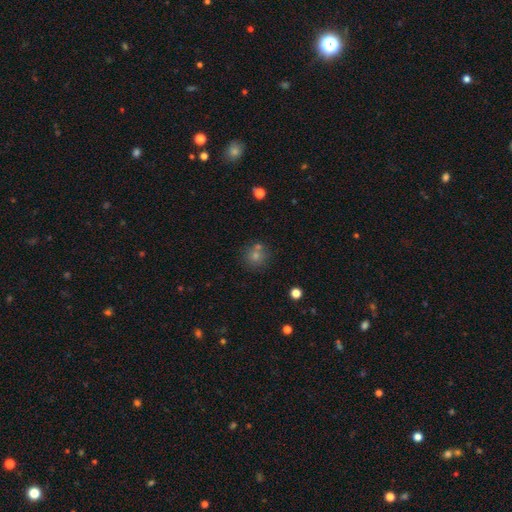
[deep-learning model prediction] Smooth or featured? Predicted: smooth (p=0.66). How rounded? Predicted: round (p=0.92). Merging? Predicted: none (p=0.74).